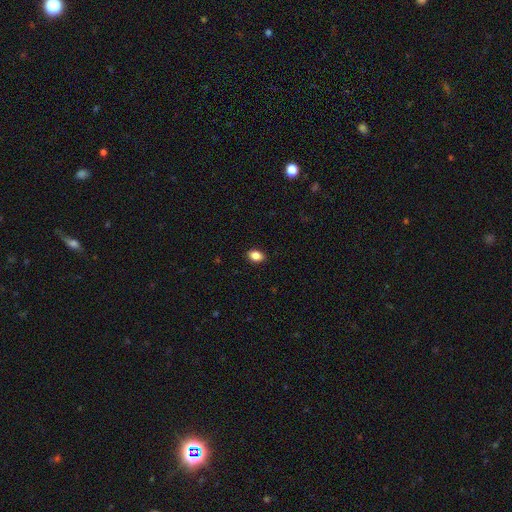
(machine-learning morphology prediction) Smooth or featured? smooth (86%)
How rounded? in between (82%)
Merging? none (90%)